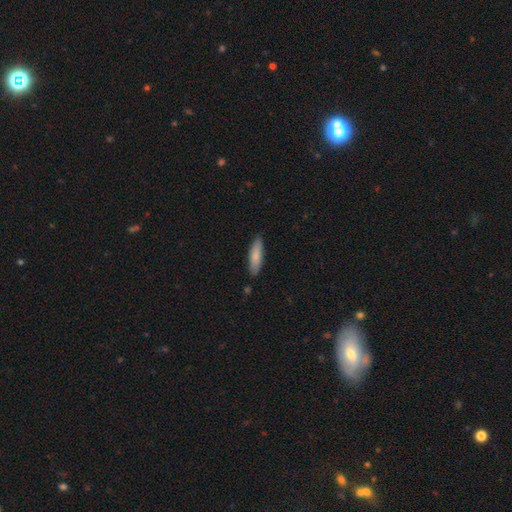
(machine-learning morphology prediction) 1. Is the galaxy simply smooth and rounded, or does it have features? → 82% smooth, 12% featured or disk, 5% star or artifact.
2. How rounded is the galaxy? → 60% cigar-shaped, 38% in between, 1% round.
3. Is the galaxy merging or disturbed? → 85% none, 11% minor disturbance, 2% major disturbance, 2% merger.